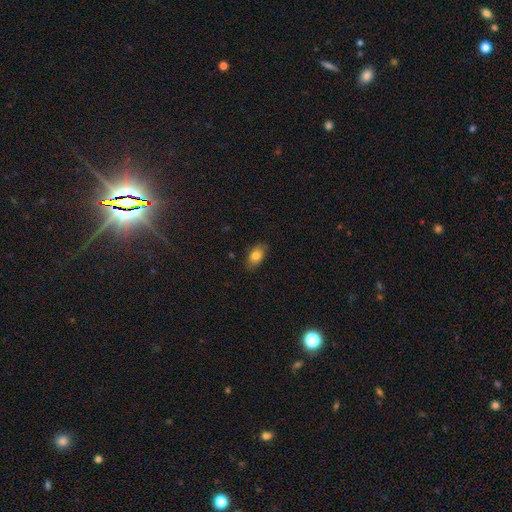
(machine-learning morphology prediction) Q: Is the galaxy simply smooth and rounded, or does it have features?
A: smooth — 81%.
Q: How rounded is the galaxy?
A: in between — 90%.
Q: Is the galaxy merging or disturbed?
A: none — 80%.